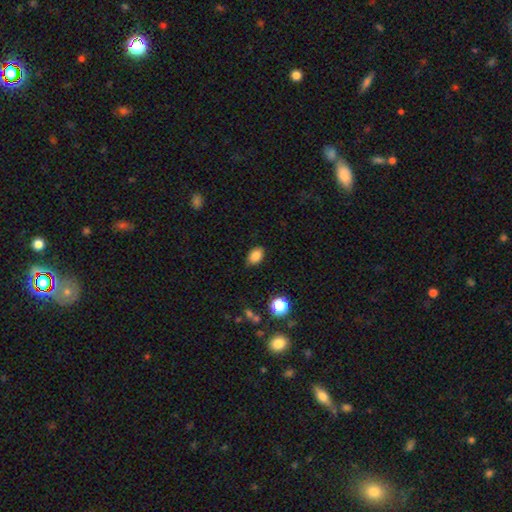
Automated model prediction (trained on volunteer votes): This appears to be a smooth galaxy with no disk features (84%) that is in between round and cigar-shaped (80%). Merging: none (84%).